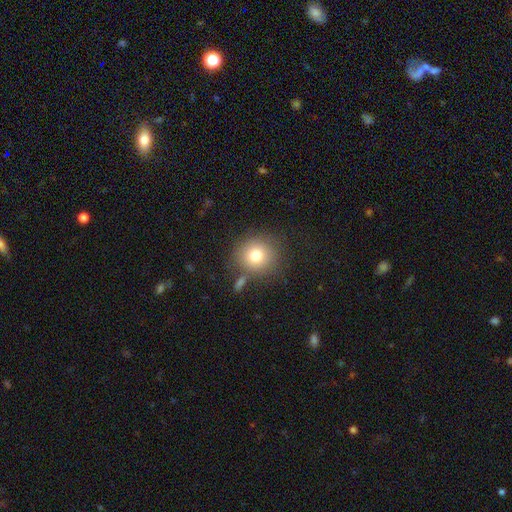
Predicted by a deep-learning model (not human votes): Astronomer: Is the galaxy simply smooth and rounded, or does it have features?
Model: smooth — 78%.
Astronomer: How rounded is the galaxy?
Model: round — 89%.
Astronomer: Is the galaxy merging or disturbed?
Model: none — 76%.